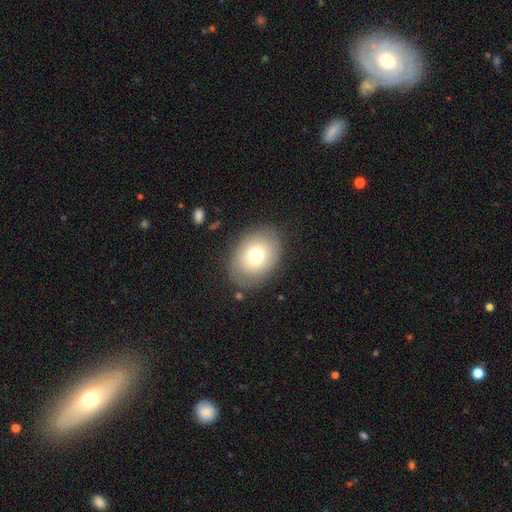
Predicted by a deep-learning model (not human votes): This appears to be a smooth galaxy with no disk features (71%) that is in between round and cigar-shaped (68%). Merging: none (81%).